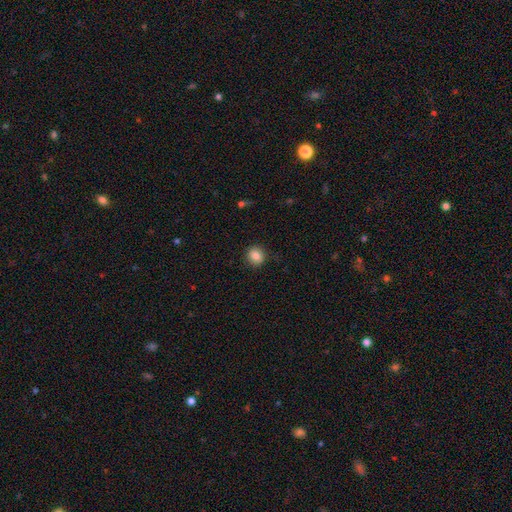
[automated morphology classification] A smooth galaxy with no disk features (85%) that is round (83%). Merging: none (89%).